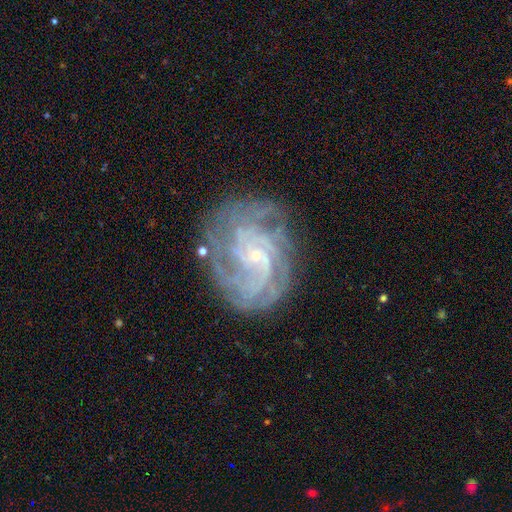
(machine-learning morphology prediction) type=featured or disk (87%); edge-on=no (97%); bar=no (63%); spiral arms=yes (97%); winding=tight (63%); arm count=can't tell (26%); bulge=small (86%); merging=none (74%).